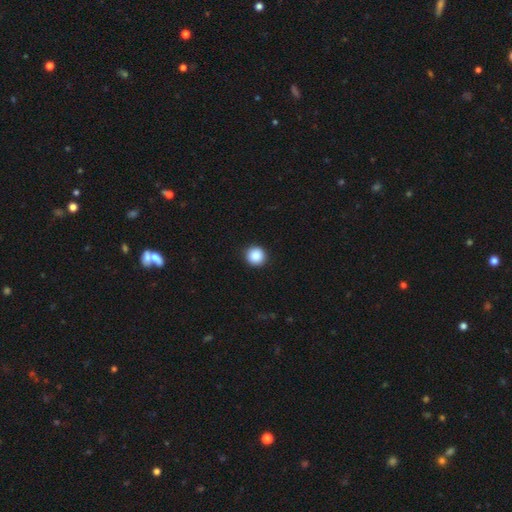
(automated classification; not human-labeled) Q: Smooth or featured?
A: smooth (88%); runner-up: star or artifact (9%)
Q: How rounded?
A: round (96%); runner-up: in between (4%)
Q: Merging?
A: none (94%); runner-up: minor disturbance (4%)